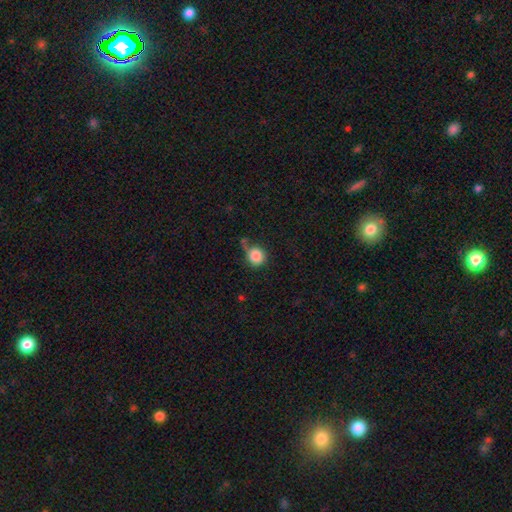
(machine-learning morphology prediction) A smooth galaxy with no disk features (85%) that is round (89%).

Vote fractions:
- Smooth or featured? smooth: 85% / star or artifact: 9% / featured or disk: 5%
- How rounded? round: 89% / in between: 10% / cigar-shaped: 1%
- Merging? none: 58% / minor disturbance: 21% / merger: 12% / major disturbance: 9%